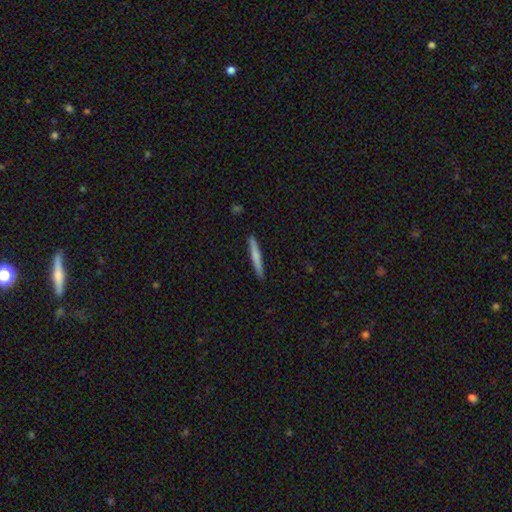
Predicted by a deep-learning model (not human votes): Q: Smooth or featured?
A: smooth (68%); runner-up: featured or disk (26%)
Q: How rounded?
A: cigar-shaped (95%); runner-up: in between (3%)
Q: Merging?
A: none (90%); runner-up: minor disturbance (8%)